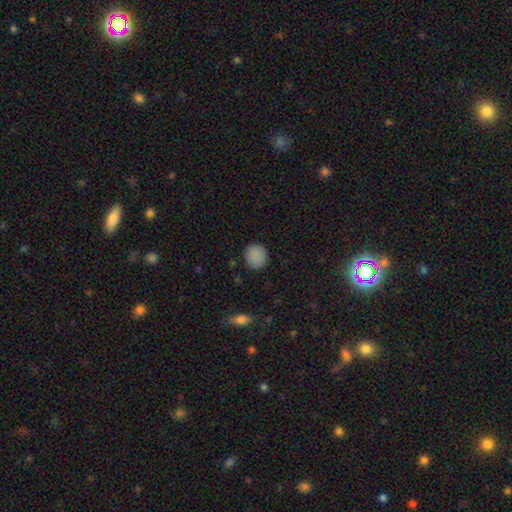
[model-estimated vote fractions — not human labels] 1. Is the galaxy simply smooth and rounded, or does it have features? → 87% smooth, 9% star or artifact, 3% featured or disk.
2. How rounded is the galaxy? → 86% round, 13% in between, 1% cigar-shaped.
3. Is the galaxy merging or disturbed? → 88% none, 9% minor disturbance, 2% major disturbance, 1% merger.